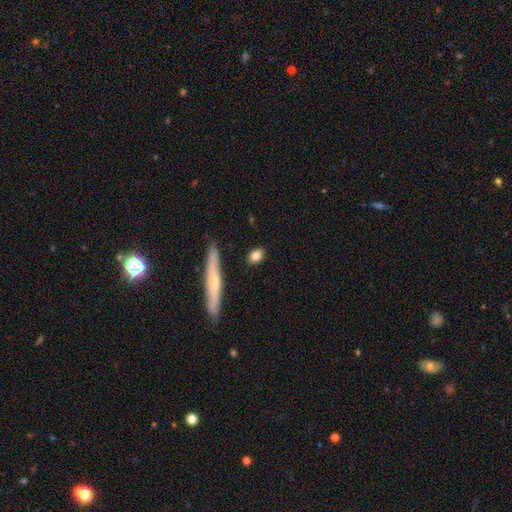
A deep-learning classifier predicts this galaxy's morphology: This is clearly a smooth galaxy (80%). How rounded: likely in between (72%). Merging: clearly none (85%).